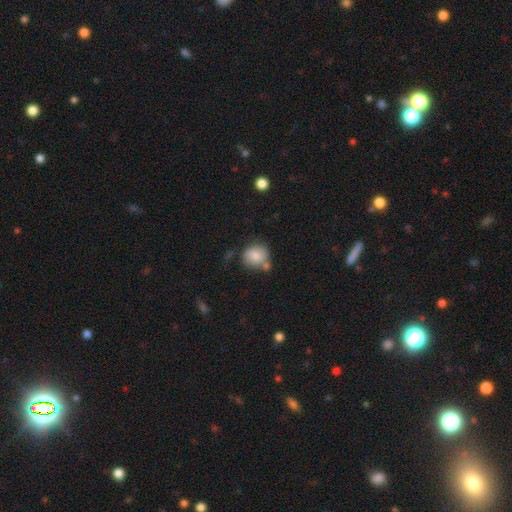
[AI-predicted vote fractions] smooth-or-featured: smooth: 79% | featured or disk: 13% | star or artifact: 8%
  how-rounded: round: 80% | in between: 19% | cigar-shaped: 1%
  merging: none: 59% | minor disturbance: 18% | merger: 18% | major disturbance: 5%